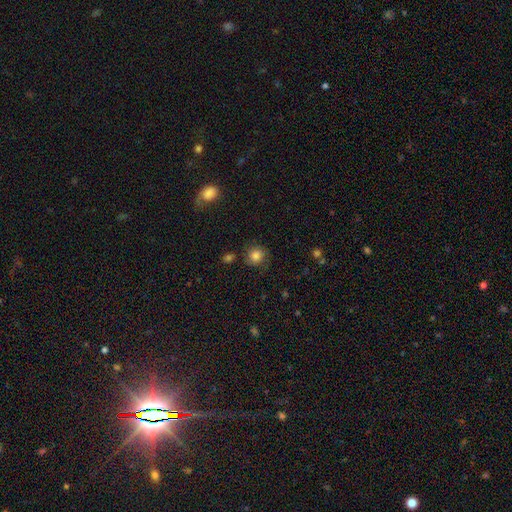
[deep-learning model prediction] Smooth or featured: smooth — 74% (featured or disk — 15%)
How rounded: round — 83% (in between — 16%)
Merging: none — 70% (minor disturbance — 18%)